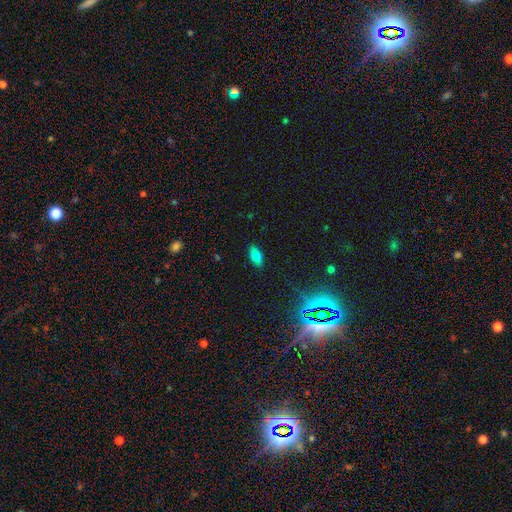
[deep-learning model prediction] smooth-or-featured: smooth: 79% | star or artifact: 11% | featured or disk: 10%
  how-rounded: in between: 89% | cigar-shaped: 9% | round: 3%
  merging: none: 88% | minor disturbance: 9% | major disturbance: 2% | merger: 1%